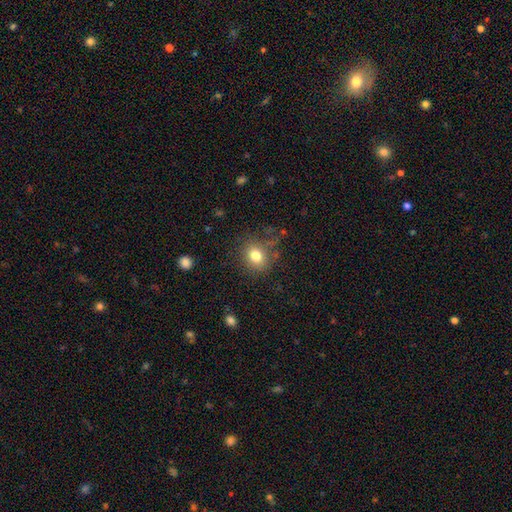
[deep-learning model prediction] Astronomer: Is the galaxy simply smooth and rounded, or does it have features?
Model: smooth — 79%.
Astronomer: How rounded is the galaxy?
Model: round — 66%.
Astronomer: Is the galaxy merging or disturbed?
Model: none — 79%.